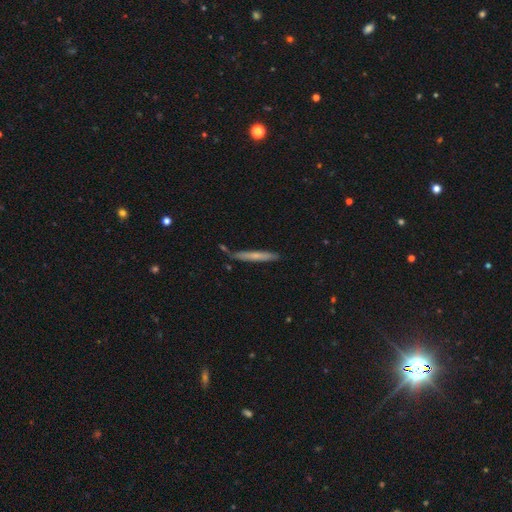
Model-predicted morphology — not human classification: This is possibly a smooth galaxy (56%). How rounded: clearly cigar-shaped (95%). Merging: likely none (75%).